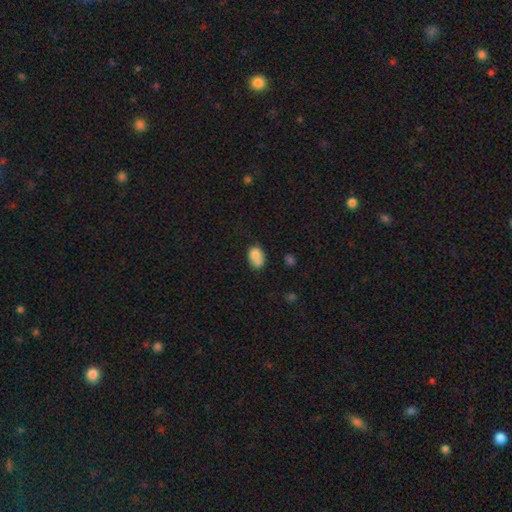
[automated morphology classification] smooth-or-featured: smooth: 78% | featured or disk: 13% | star or artifact: 9%
  how-rounded: in between: 71% | round: 28% | cigar-shaped: 1%
  merging: none: 41% | merger: 28% | minor disturbance: 23% | major disturbance: 8%